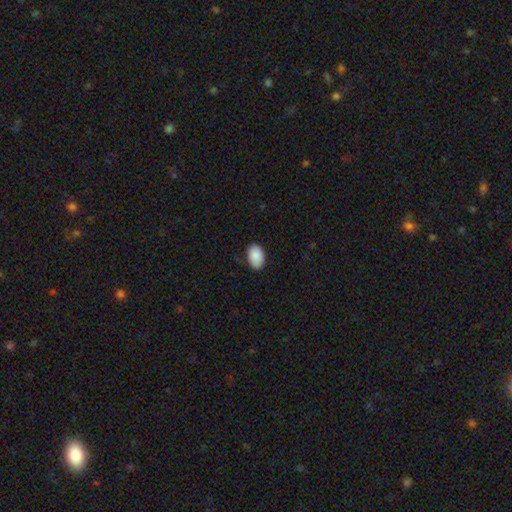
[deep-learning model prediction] Morphology: type=smooth (90%); roundness=in between (90%); merging=none (84%).